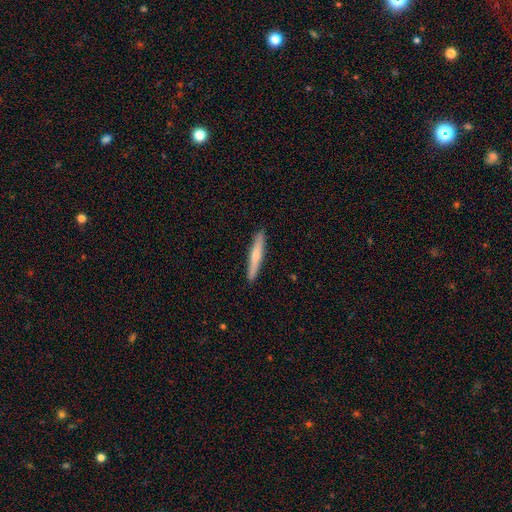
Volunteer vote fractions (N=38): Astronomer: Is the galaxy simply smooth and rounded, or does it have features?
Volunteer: featured or disk — 50% (runner-up: smooth, 47%).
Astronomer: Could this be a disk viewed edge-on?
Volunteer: yes — 100%.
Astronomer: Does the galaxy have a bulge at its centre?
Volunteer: rounded — 84%.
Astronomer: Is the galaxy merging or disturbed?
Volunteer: none — 100%.